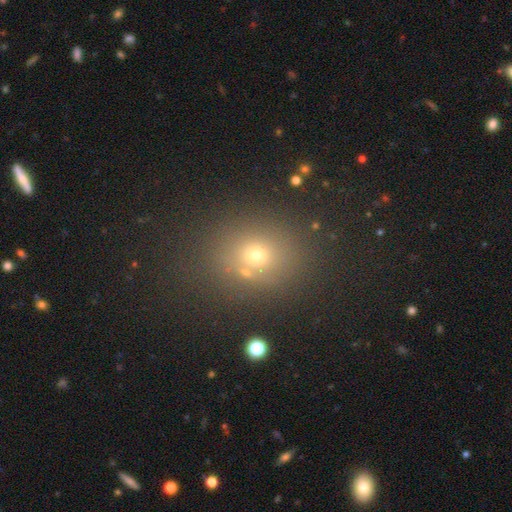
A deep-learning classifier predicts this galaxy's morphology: smooth-or-featured: smooth: 61% | star or artifact: 27% | featured or disk: 12%
  how-rounded: round: 62% | in between: 37% | cigar-shaped: 1%
  merging: none: 76% | merger: 10% | minor disturbance: 10% | major disturbance: 4%